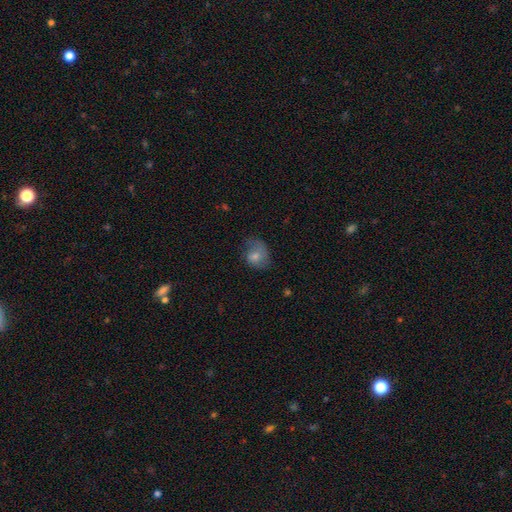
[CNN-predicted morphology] Smooth or featured: smooth — 63% (featured or disk — 28%)
How rounded: round — 50% (in between — 49%)
Merging: none — 45% (minor disturbance — 31%)